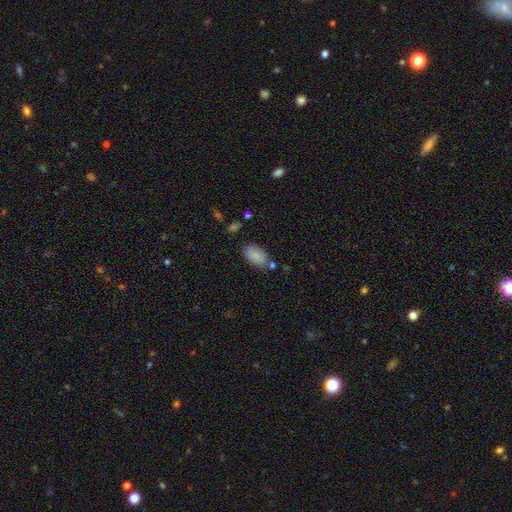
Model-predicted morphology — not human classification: smooth_or_featured: smooth (p=0.88) [alt: star or artifact p=0.07]
how_rounded: in between (p=0.93) [alt: round p=0.05]
merging: none (p=0.71) [alt: minor disturbance p=0.16]